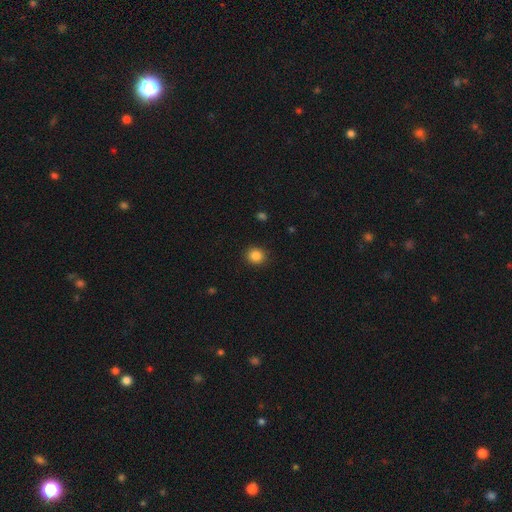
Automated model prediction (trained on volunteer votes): Smooth or featured? Predicted: smooth (p=0.85). How rounded? Predicted: round (p=0.85). Merging? Predicted: none (p=0.91).